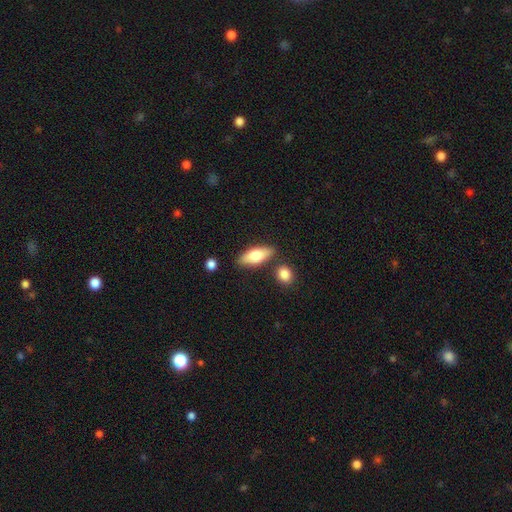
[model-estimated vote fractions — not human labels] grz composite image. It shows a smooth galaxy with no disk features (70%) that is in between round and cigar-shaped (71%). Merging: none (79%).